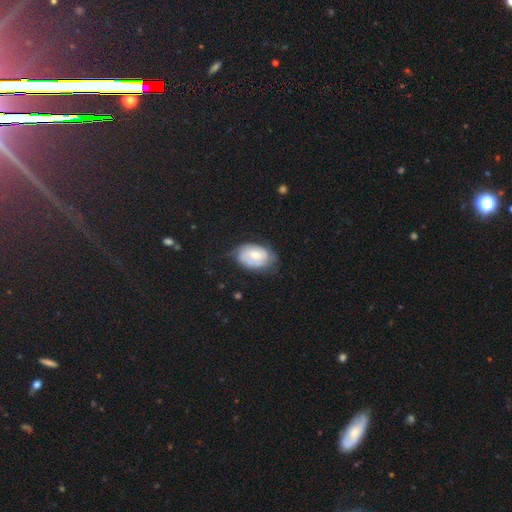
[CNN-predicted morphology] This is possibly a featured or disk galaxy (57%). It is clearly not viewed edge-on (95%). Bar: possibly weak (47%). Spiral arm pattern: likely yes (75%). Central bulge: likely moderate (62%). Merging: likely none (62%).